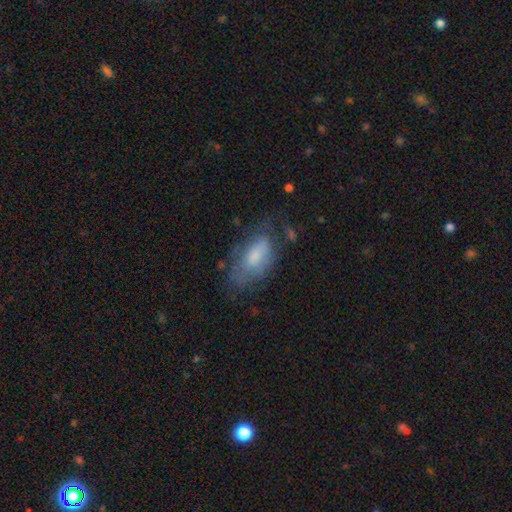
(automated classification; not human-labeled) This appears to be a smooth galaxy with no disk features (59%) that is in between round and cigar-shaped (90%). Merging: none (51%).